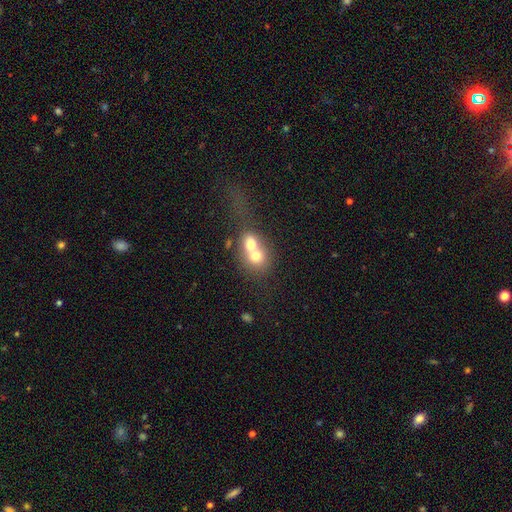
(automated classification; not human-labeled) This is likely a smooth galaxy (65%). How rounded: possibly round (59%). Merging: likely merger (73%).